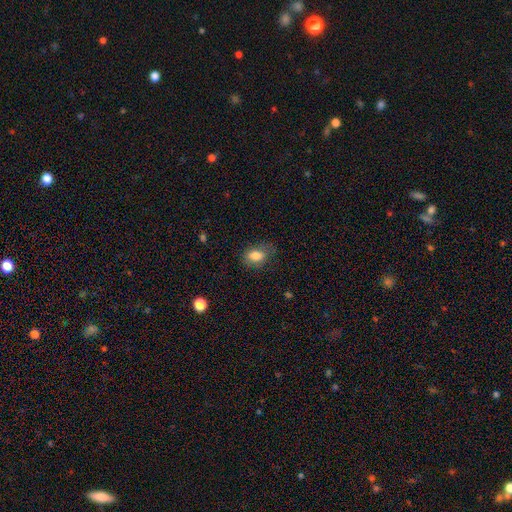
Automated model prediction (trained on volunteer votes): Smooth or featured?
  - smooth: 82% *
  - featured or disk: 9%
  - star or artifact: 9%
How rounded?
  - in between: 77% *
  - round: 22%
  - cigar-shaped: 2%
Merging?
  - none: 68% *
  - minor disturbance: 22%
  - major disturbance: 8%
  - merger: 1%